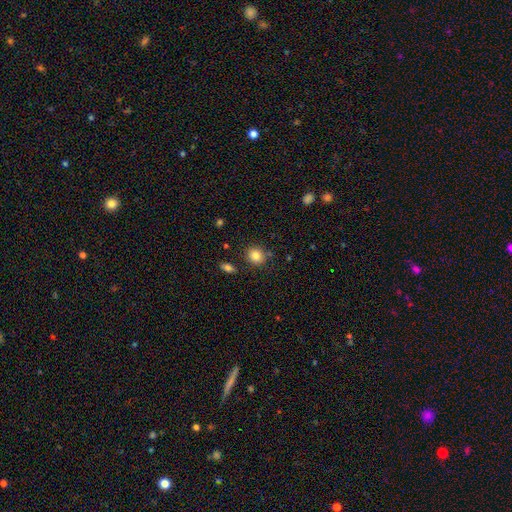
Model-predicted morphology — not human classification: This appears to be a smooth galaxy with no disk features (83%) that is round (76%). Merging: none (82%).